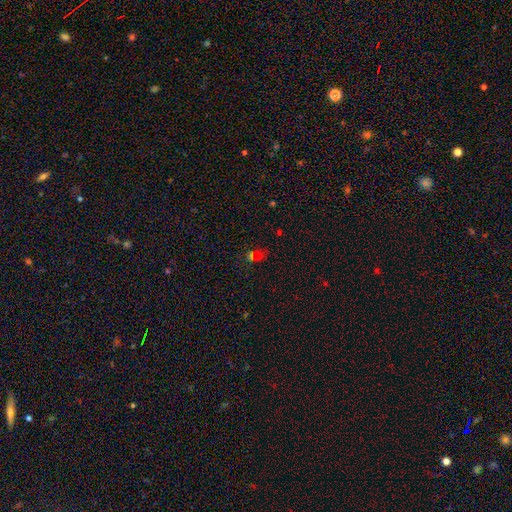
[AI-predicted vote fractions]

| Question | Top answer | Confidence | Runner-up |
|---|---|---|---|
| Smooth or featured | smooth | 57% | star or artifact (29%) |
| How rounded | in between | 60% | round (36%) |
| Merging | merger | 44% | none (34%) |